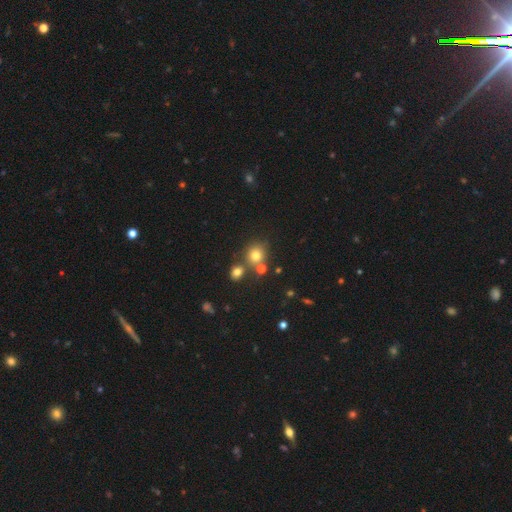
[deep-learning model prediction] This is likely a smooth galaxy (76%). How rounded: clearly round (81%). Merging: likely none (64%).